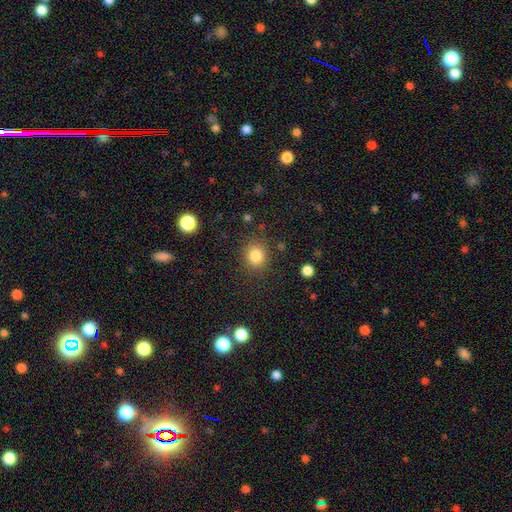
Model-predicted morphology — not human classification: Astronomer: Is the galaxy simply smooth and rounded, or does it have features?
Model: smooth — 83%.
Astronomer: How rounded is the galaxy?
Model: round — 79%.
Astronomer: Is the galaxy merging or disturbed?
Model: none — 85%.